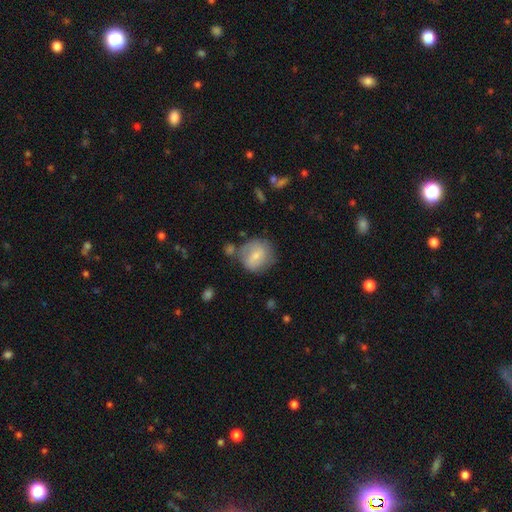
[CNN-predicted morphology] A smooth galaxy with no disk features (66%) that is round (80%).

Vote fractions:
- Smooth or featured? smooth: 66% / featured or disk: 27% / star or artifact: 7%
- How rounded? round: 80% / in between: 19% / cigar-shaped: 1%
- Merging? none: 56% / minor disturbance: 22% / merger: 12% / major disturbance: 9%